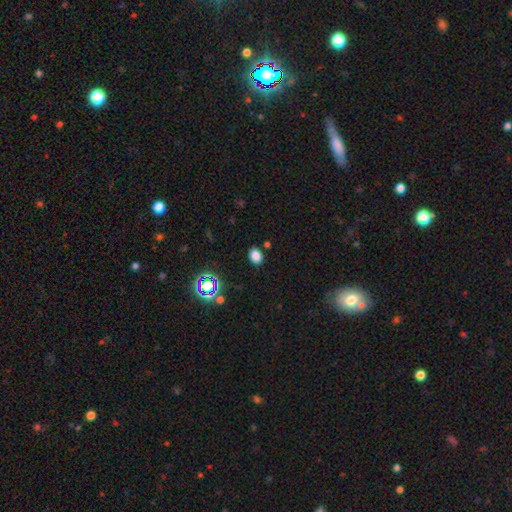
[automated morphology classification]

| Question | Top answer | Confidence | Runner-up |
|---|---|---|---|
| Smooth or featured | smooth | 78% | star or artifact (17%) |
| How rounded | in between | 72% | round (27%) |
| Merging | none | 85% | minor disturbance (10%) |